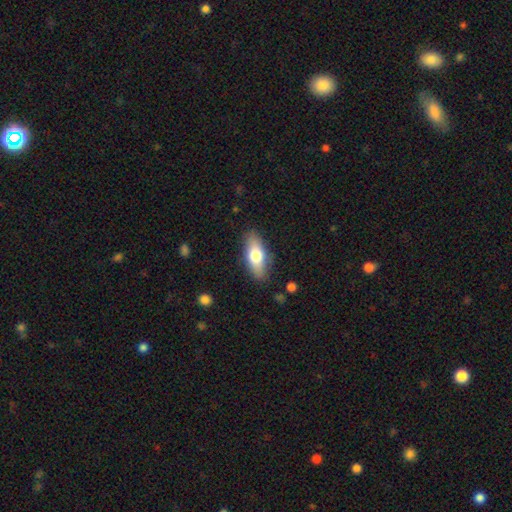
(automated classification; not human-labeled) This appears to be a smooth galaxy with no disk features (69%) that is in between round and cigar-shaped (75%). Merging: none (86%).